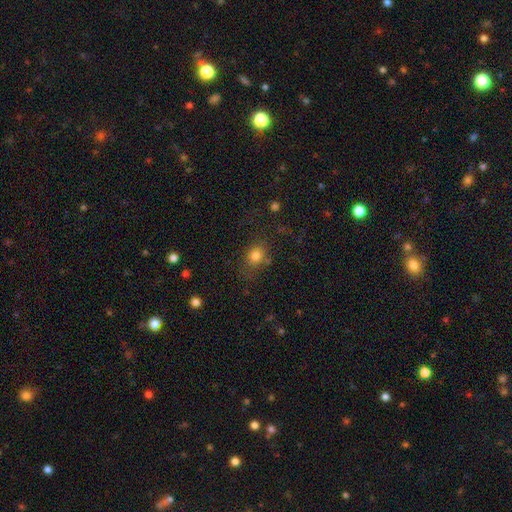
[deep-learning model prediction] Q: Smooth or featured?
A: smooth (78%); runner-up: star or artifact (13%)
Q: How rounded?
A: round (52%); runner-up: in between (46%)
Q: Merging?
A: none (69%); runner-up: minor disturbance (17%)